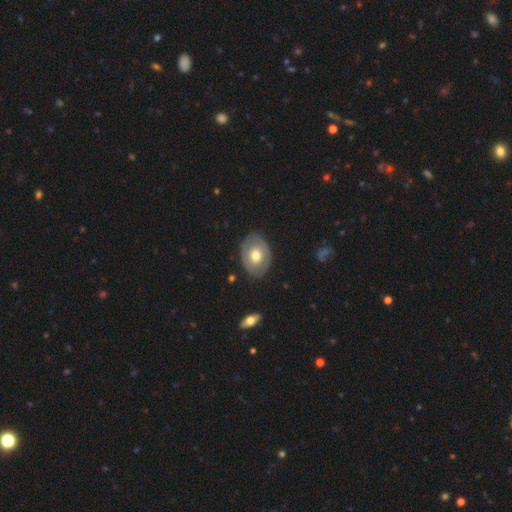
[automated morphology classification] Overall: smooth (55%; featured or disk 39%). How rounded: in between (71%). Merging: none (83%).